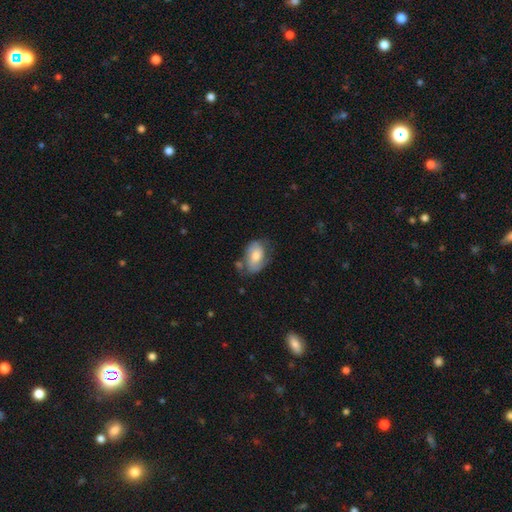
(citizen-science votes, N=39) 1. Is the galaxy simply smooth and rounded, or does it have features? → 74% smooth, 23% featured or disk, 3% star or artifact.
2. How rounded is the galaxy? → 86% in between, 14% round, 0% cigar-shaped.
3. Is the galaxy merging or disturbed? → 39% none, 34% minor disturbance, 21% major disturbance, 5% merger.